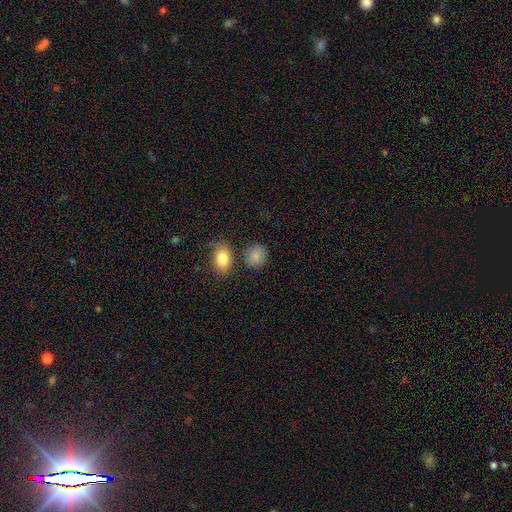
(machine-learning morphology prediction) Smooth or featured? smooth (86%)
How rounded? round (68%)
Merging? none (77%)